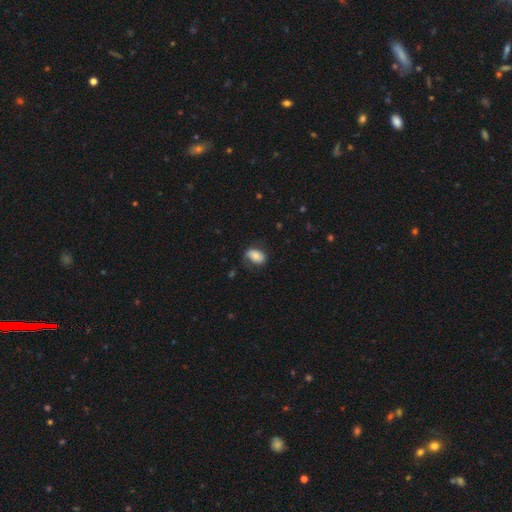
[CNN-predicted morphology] smooth_or_featured: smooth (p=0.71) [alt: featured or disk p=0.21]
how_rounded: in between (p=0.87) [alt: round p=0.12]
merging: none (p=0.57) [alt: minor disturbance p=0.27]